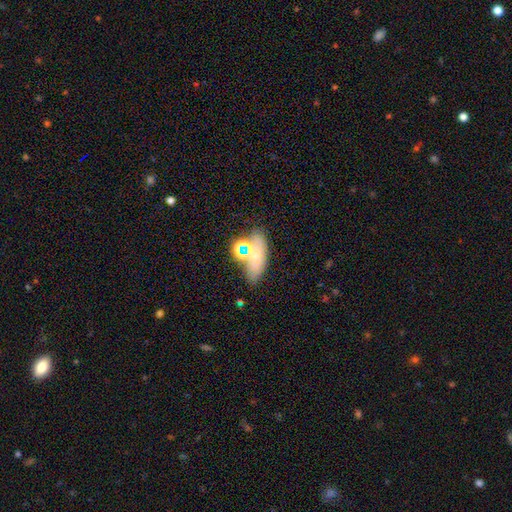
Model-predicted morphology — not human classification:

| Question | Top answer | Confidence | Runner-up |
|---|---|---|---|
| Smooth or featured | smooth | 57% | featured or disk (23%) |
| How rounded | in between | 77% | round (13%) |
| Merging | none | 59% | merger (18%) |